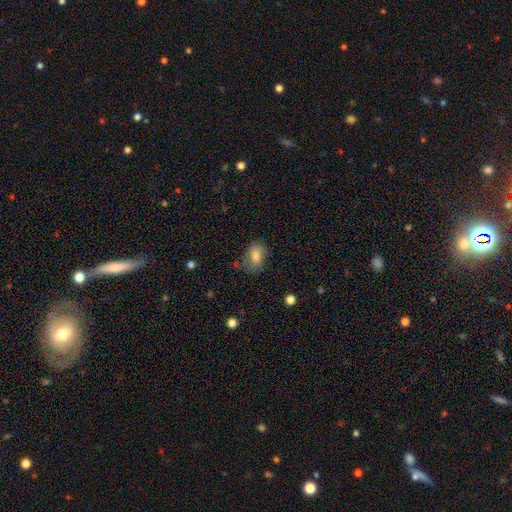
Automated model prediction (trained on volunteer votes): Smooth or featured: smooth — 76% (featured or disk — 16%)
How rounded: in between — 79% (round — 20%)
Merging: none — 58% (minor disturbance — 28%)